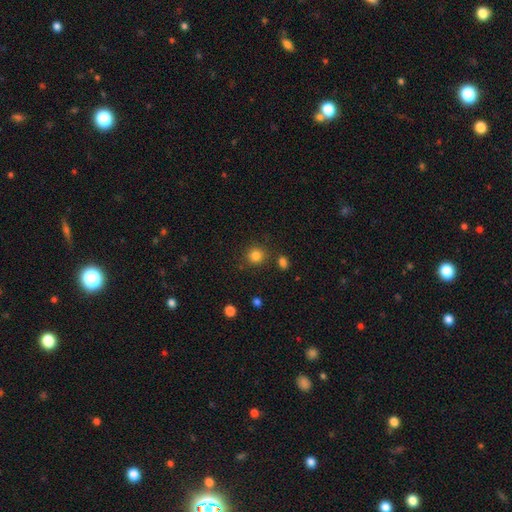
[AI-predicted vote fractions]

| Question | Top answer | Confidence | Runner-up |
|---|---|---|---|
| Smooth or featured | smooth | 82% | star or artifact (13%) |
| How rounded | round | 88% | in between (11%) |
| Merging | none | 83% | minor disturbance (9%) |